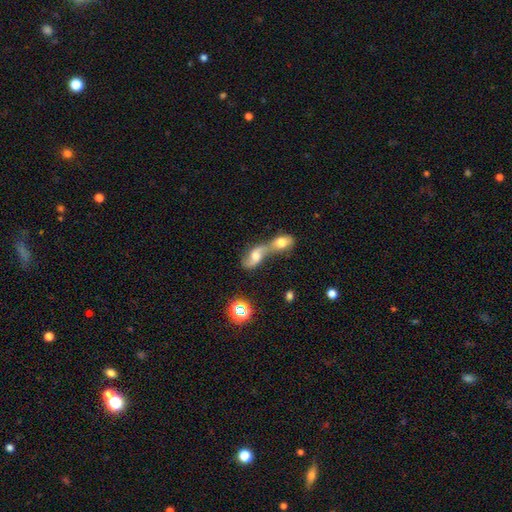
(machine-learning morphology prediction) Smooth or featured?
  - featured or disk: 52% *
  - smooth: 35%
  - star or artifact: 12%
Edge-on disk?
  - no: 93% *
  - yes: 7%
Merging?
  - merger: 78% *
  - none: 11%
  - major disturbance: 6%
  - minor disturbance: 5%